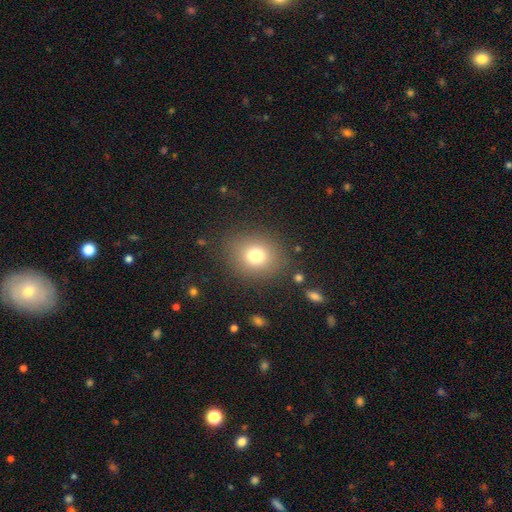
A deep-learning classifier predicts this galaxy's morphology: A smooth galaxy with no disk features (75%) that is round (72%).

Vote fractions:
- Smooth or featured? smooth: 75% / star or artifact: 14% / featured or disk: 11%
- How rounded? round: 72% / in between: 27% / cigar-shaped: 1%
- Merging? none: 84% / minor disturbance: 9% / major disturbance: 5% / merger: 2%